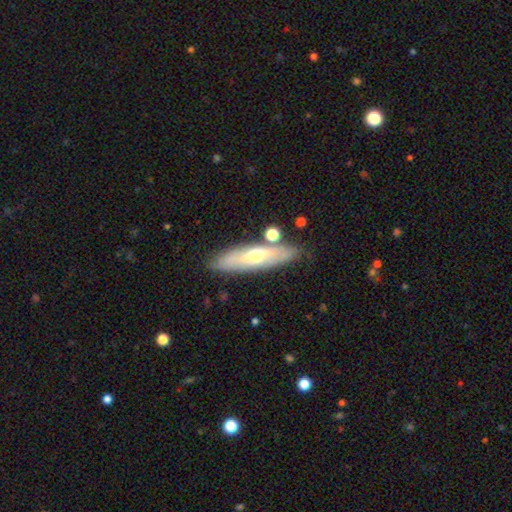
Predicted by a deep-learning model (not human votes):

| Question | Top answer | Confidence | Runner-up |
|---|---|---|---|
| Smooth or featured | featured or disk | 50% | smooth (43%) |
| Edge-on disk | yes | 59% | no (41%) |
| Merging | none | 78% | minor disturbance (12%) |